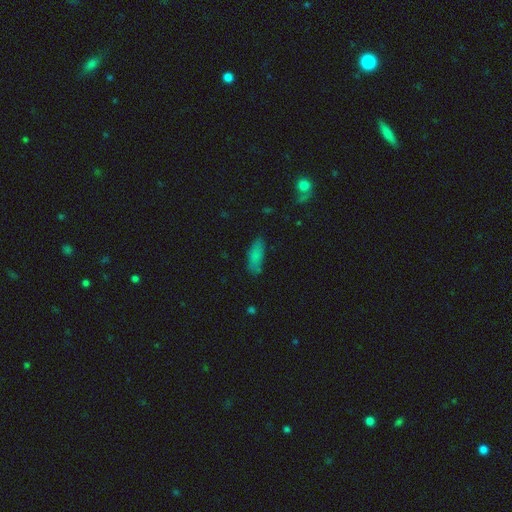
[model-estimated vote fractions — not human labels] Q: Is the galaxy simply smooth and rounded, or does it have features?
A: smooth — 79%.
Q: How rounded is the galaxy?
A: in between — 69%.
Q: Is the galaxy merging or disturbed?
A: none — 71%.